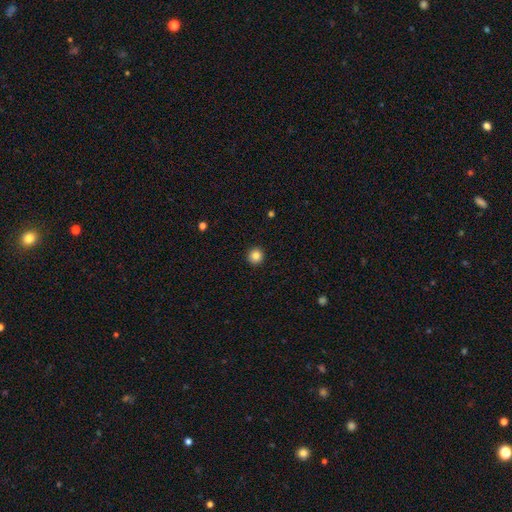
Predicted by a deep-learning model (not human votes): This is clearly a smooth galaxy (84%). How rounded: clearly round (95%). Merging: clearly none (93%).